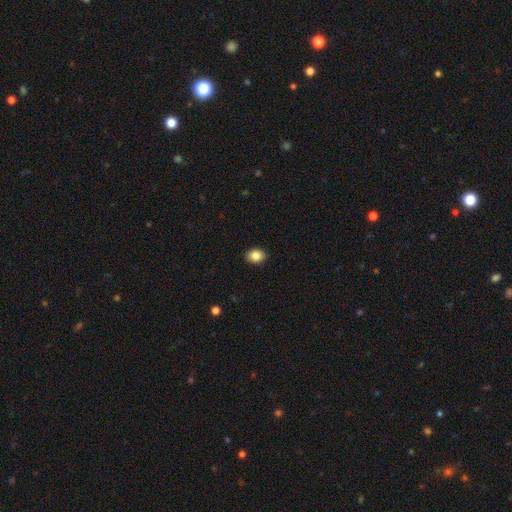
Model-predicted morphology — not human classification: A smooth galaxy with no disk features (86%) that is in between round and cigar-shaped (58%). Merging: none (91%).